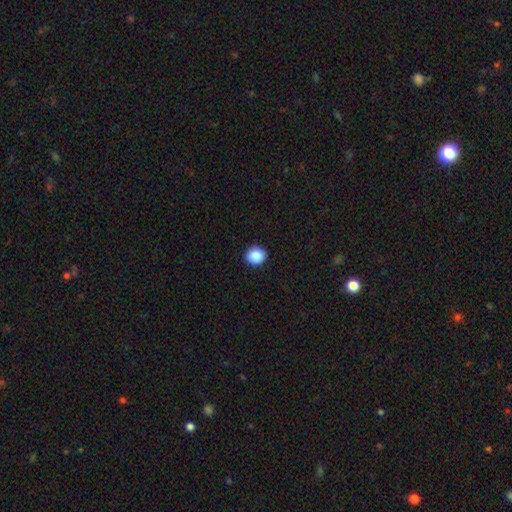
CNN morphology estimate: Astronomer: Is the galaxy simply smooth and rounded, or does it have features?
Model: smooth — 89%.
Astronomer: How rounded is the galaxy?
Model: round — 72%.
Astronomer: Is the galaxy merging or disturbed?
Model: none — 91%.